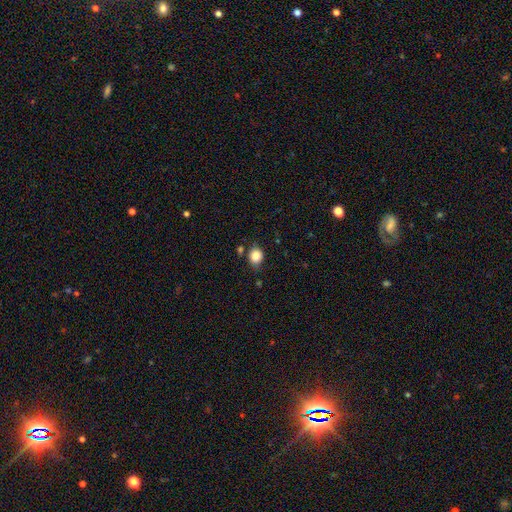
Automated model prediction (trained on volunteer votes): Q: Smooth or featured?
A: smooth (85%); runner-up: star or artifact (10%)
Q: How rounded?
A: round (58%); runner-up: in between (41%)
Q: Merging?
A: none (76%); runner-up: minor disturbance (14%)